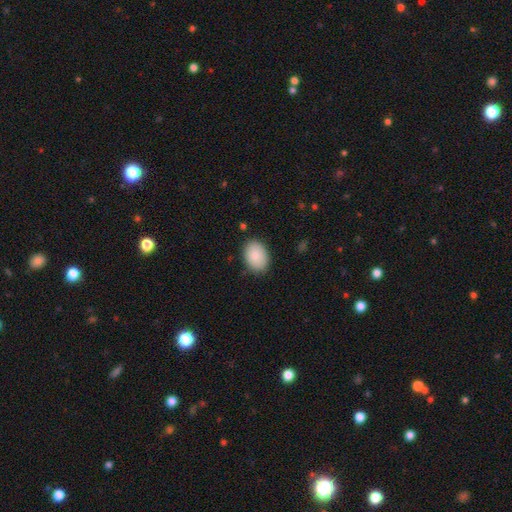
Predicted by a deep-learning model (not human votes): smooth 88%, star or artifact 6%, featured or disk 6%. Down the decision tree: how rounded — in between (83%); merging — none (85%).